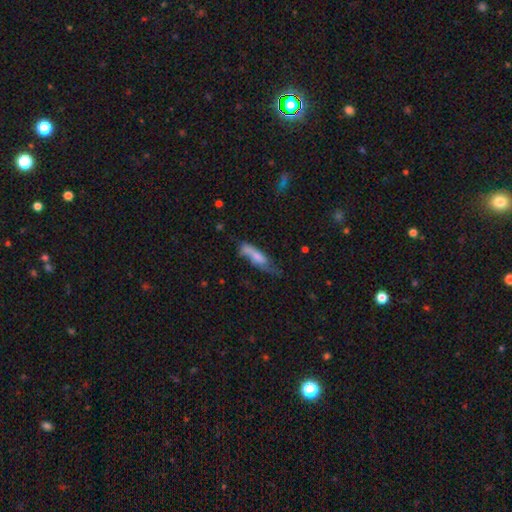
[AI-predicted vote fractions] Morphology: type=smooth (60%); roundness=cigar-shaped (57%); merging=none (38%).